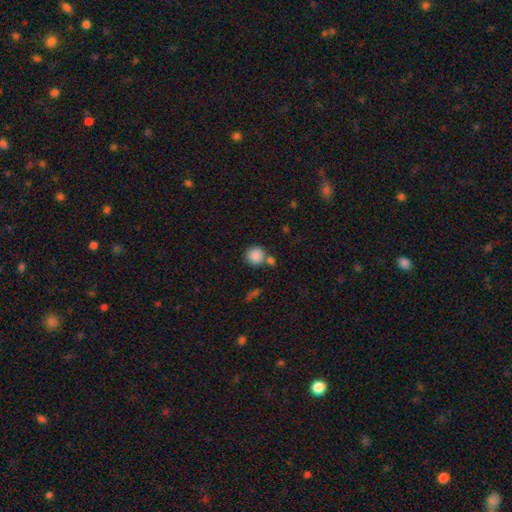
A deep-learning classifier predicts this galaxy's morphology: The model was most divided on "merging": none: 65%, merger: 21%, minor disturbance: 10%, major disturbance: 4%. More confident: how rounded — round (91%); smooth or featured — smooth (87%).